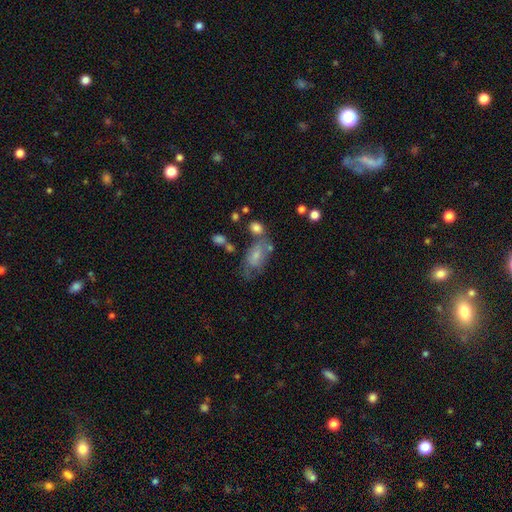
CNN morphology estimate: A smooth galaxy with no disk features (57%) that is in between round and cigar-shaped (89%).

Vote fractions:
- Smooth or featured? smooth: 57% / featured or disk: 35% / star or artifact: 9%
- How rounded? in between: 89% / round: 8% / cigar-shaped: 3%
- Merging? none: 35% / minor disturbance: 25% / major disturbance: 22% / merger: 18%